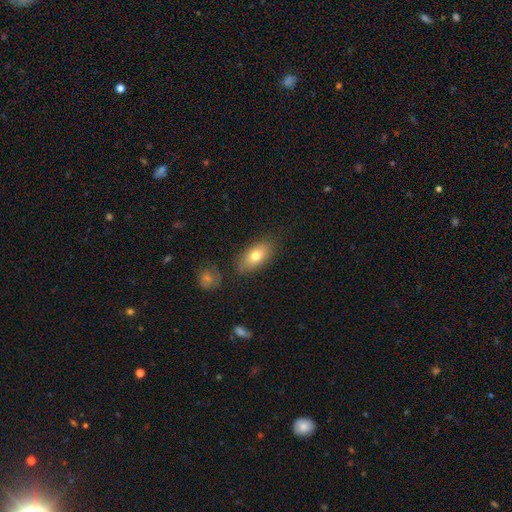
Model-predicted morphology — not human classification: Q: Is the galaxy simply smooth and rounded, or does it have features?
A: smooth — 75%.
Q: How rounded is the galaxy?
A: in between — 87%.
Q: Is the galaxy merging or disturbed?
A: none — 80%.